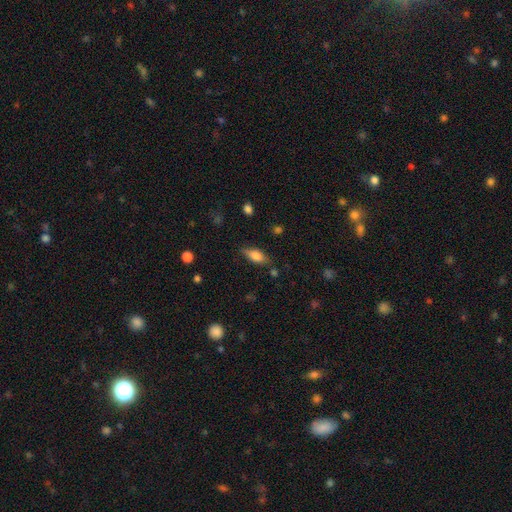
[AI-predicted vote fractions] The model was most divided on "smooth or featured": smooth: 74%, featured or disk: 19%, star or artifact: 7%. More confident: merging — none (78%); how rounded — in between (76%).